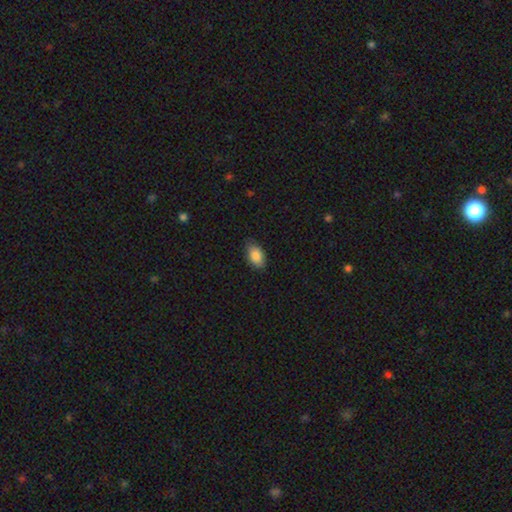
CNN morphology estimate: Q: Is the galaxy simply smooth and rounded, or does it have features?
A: smooth — 87%.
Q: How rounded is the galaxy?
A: in between — 92%.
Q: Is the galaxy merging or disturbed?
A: none — 81%.